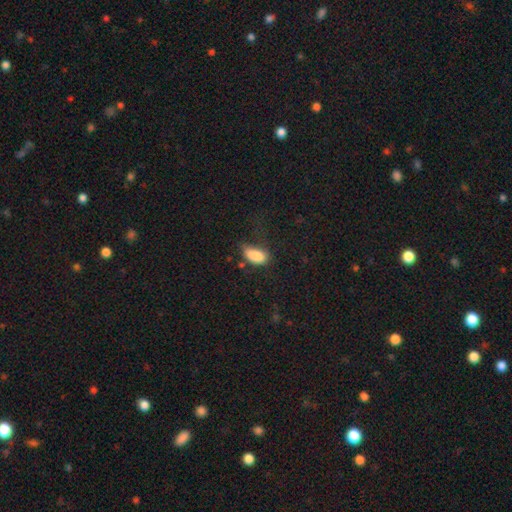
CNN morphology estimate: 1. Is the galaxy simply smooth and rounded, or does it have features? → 84% smooth, 8% star or artifact, 8% featured or disk.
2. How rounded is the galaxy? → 91% in between, 5% cigar-shaped, 4% round.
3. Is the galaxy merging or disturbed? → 37% none, 33% minor disturbance, 26% major disturbance, 4% merger.